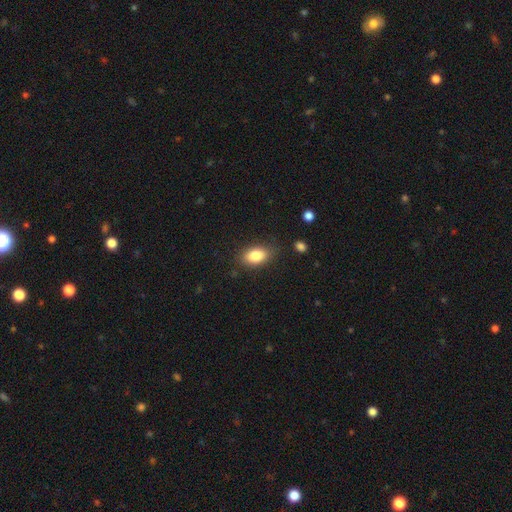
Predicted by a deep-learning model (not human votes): smooth 85%, star or artifact 8%, featured or disk 7%. Down the decision tree: how rounded — in between (89%); merging — none (82%).